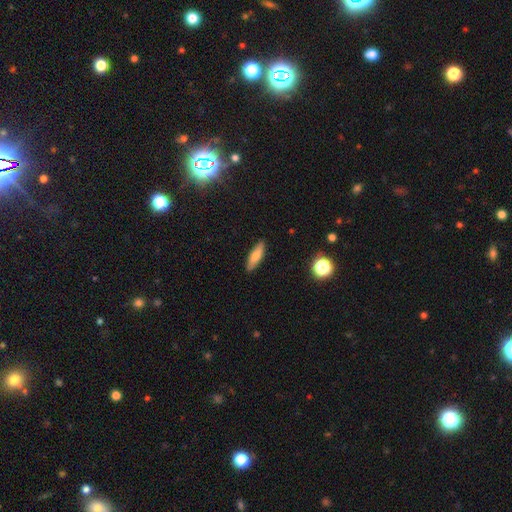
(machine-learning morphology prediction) This is likely a smooth galaxy (78%). How rounded: possibly cigar-shaped (51%). Merging: clearly none (88%).